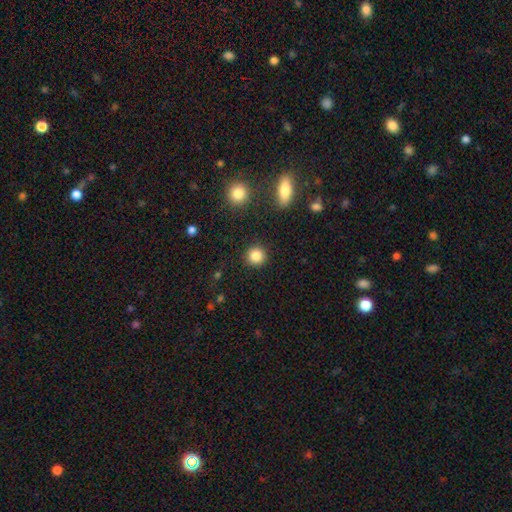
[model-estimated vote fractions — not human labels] smooth_or_featured: smooth (p=0.86) [alt: star or artifact p=0.09]
how_rounded: round (p=0.93) [alt: in between p=0.06]
merging: none (p=0.91) [alt: minor disturbance p=0.06]